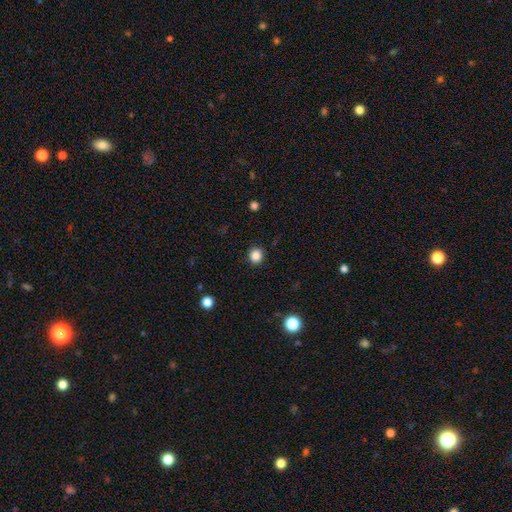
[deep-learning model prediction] The model was most divided on "smooth or featured": smooth: 85%, star or artifact: 11%, featured or disk: 3%. More confident: merging — none (91%); how rounded — round (89%).